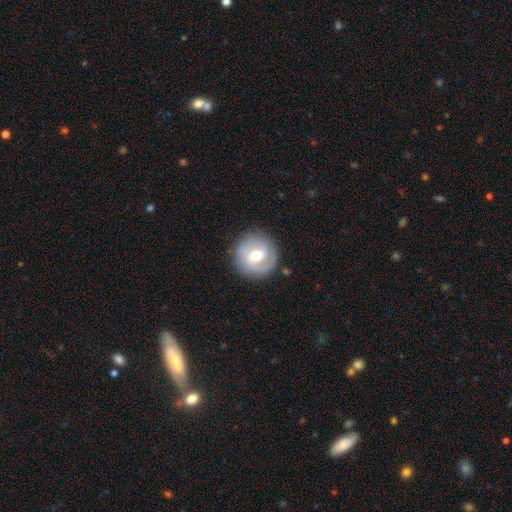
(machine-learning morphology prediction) A featured or disk galaxy (70%) with a weak bar (53%), 2 (64%) tight (46%) spiral arms (87%) and a moderate central bulge (67%).

Vote fractions:
- Smooth or featured? featured or disk: 70% / smooth: 24% / star or artifact: 6%
- Edge-on disk? no: 97% / yes: 3%
- Bar? weak: 53% / no: 29% / strong: 17%
- Spiral arms? yes: 87% / no: 13%
- Spiral winding? tight: 46% / medium: 39% / loose: 15%
- Spiral arm count? 2: 64% / can't tell: 15% / 1: 10% / 3: 7% / 4: 2% / more than 4: 2%
- Bulge size? moderate: 67% / small: 25% / large: 6% / none: 1% / dominant: 1%
- Merging? none: 85% / minor disturbance: 10% / major disturbance: 4% / merger: 1%